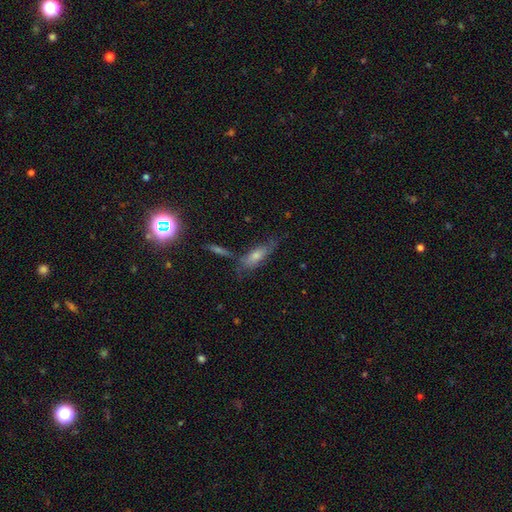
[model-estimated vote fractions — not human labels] Smooth or featured: smooth — 42% (featured or disk — 37%)
Merging: none — 58% (minor disturbance — 22%)